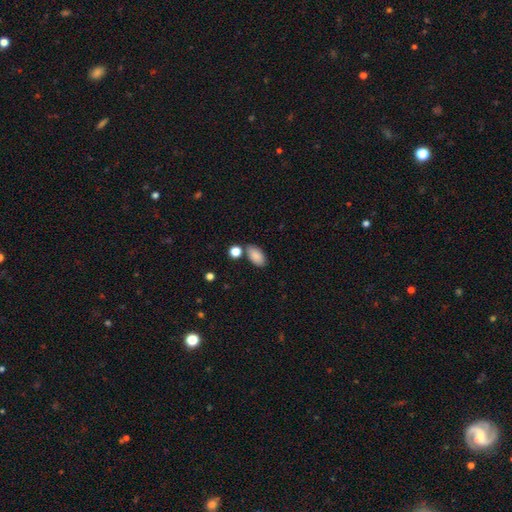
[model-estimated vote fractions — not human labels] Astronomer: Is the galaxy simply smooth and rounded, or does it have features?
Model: smooth — 87%.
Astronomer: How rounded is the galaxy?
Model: in between — 92%.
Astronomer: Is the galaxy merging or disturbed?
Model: none — 72%.